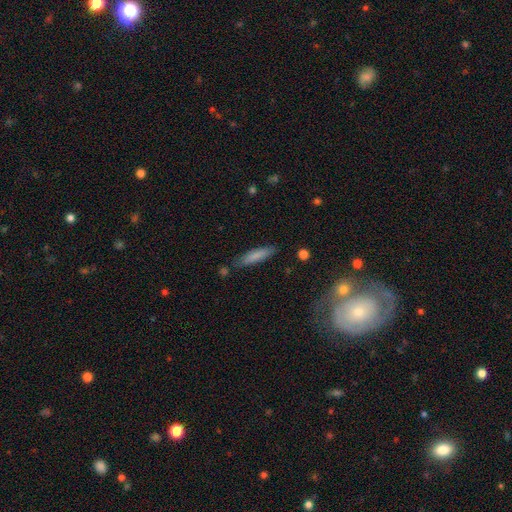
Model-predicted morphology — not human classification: smooth-or-featured: smooth: 78% | featured or disk: 15% | star or artifact: 7%
  how-rounded: cigar-shaped: 82% | in between: 16% | round: 1%
  merging: none: 80% | minor disturbance: 13% | merger: 4% | major disturbance: 3%